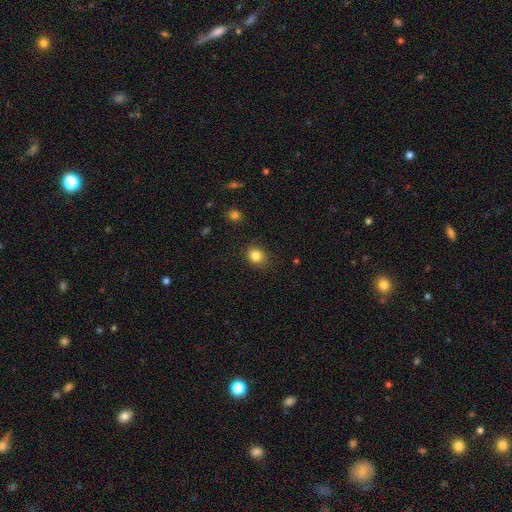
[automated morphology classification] A smooth galaxy with no disk features (84%) that is round (68%). Merging: none (86%).